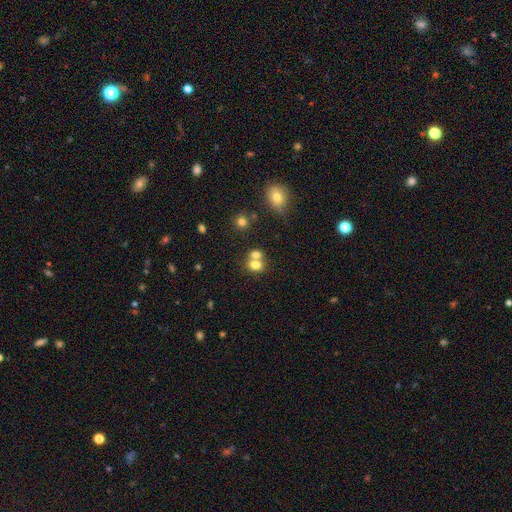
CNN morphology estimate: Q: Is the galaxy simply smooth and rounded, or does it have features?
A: smooth — 74%.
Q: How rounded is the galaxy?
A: round — 56%.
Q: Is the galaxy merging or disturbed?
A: merger — 54%.